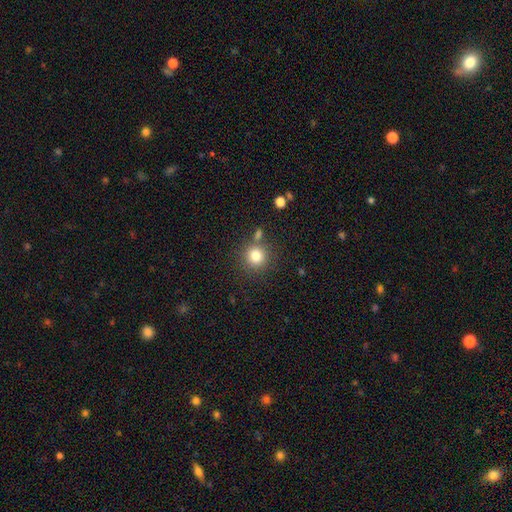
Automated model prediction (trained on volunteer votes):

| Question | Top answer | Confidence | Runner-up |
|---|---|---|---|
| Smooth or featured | smooth | 81% | star or artifact (12%) |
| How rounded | round | 92% | in between (7%) |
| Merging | none | 77% | merger (11%) |